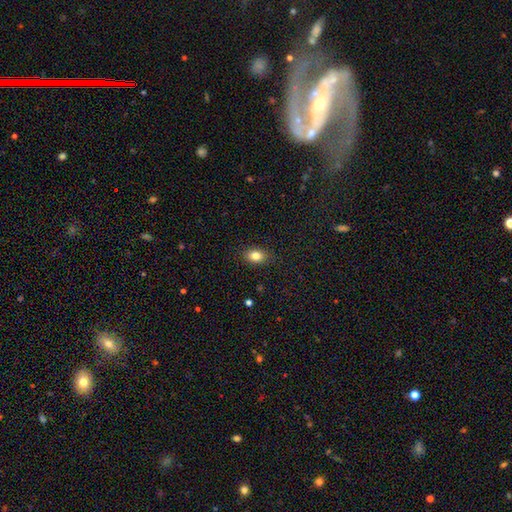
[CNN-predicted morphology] A smooth galaxy with no disk features (82%) that is in between round and cigar-shaped (76%).

Vote fractions:
- Smooth or featured? smooth: 82% / star or artifact: 10% / featured or disk: 8%
- How rounded? in between: 76% / round: 22% / cigar-shaped: 1%
- Merging? none: 87% / minor disturbance: 9% / major disturbance: 2% / merger: 1%